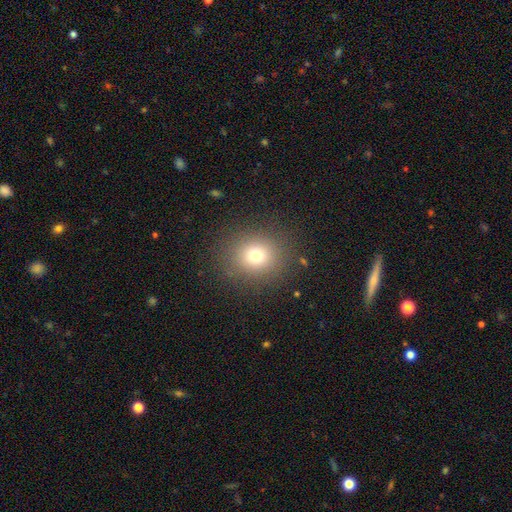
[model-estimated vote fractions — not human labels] The model was most divided on "smooth or featured": smooth: 73%, star or artifact: 17%, featured or disk: 10%. More confident: merging — none (86%); how rounded — round (82%).